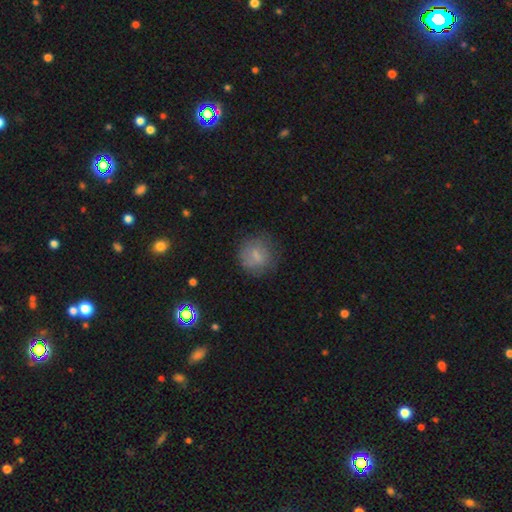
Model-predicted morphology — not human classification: Smooth or featured?
  - smooth: 74% *
  - featured or disk: 17%
  - star or artifact: 9%
How rounded?
  - round: 85% *
  - in between: 14%
  - cigar-shaped: 1%
Merging?
  - none: 72% *
  - minor disturbance: 19%
  - major disturbance: 8%
  - merger: 2%